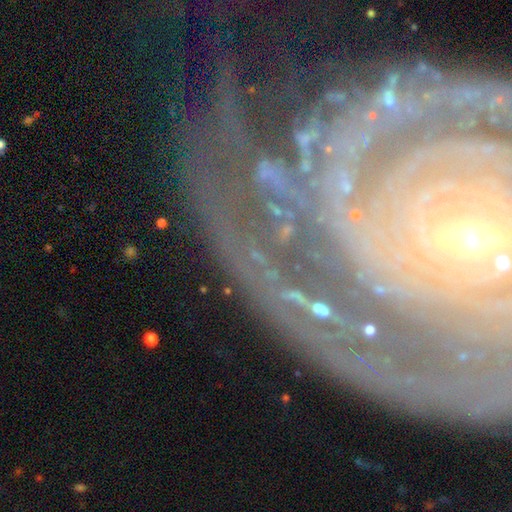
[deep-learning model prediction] Overall: featured or disk (60%; star or artifact 28%). Edge-on disk: no (86%). Bar: no (47%; strong 28%). Spiral arms: yes (87%). Bulge size: small (52%; moderate 27%). Merging: none (69%).